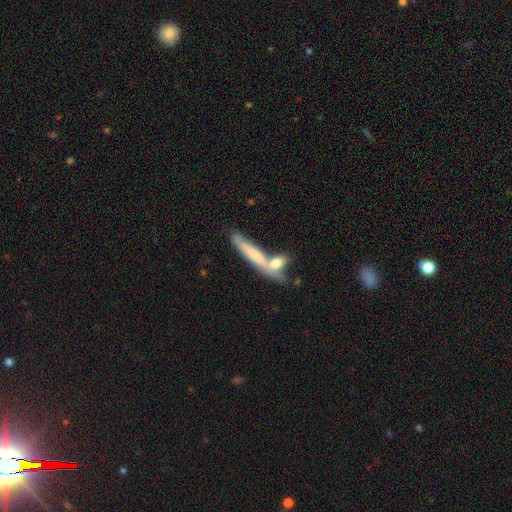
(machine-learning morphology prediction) This is possibly a smooth galaxy (51%). How rounded: clearly cigar-shaped (86%). Merging: marginally none (43%).